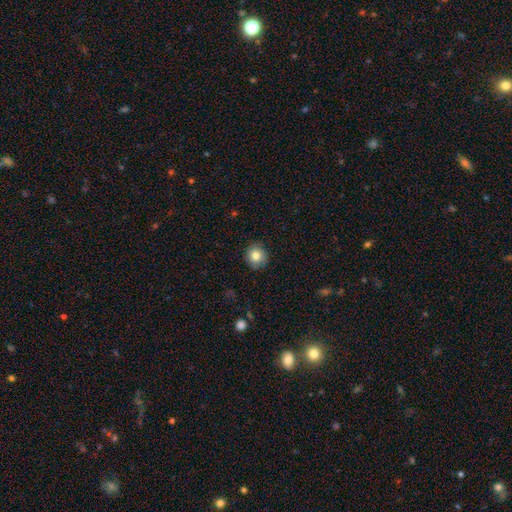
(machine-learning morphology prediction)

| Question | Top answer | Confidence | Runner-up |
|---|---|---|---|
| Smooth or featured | smooth | 81% | featured or disk (10%) |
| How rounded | round | 88% | in between (11%) |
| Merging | none | 87% | minor disturbance (10%) |